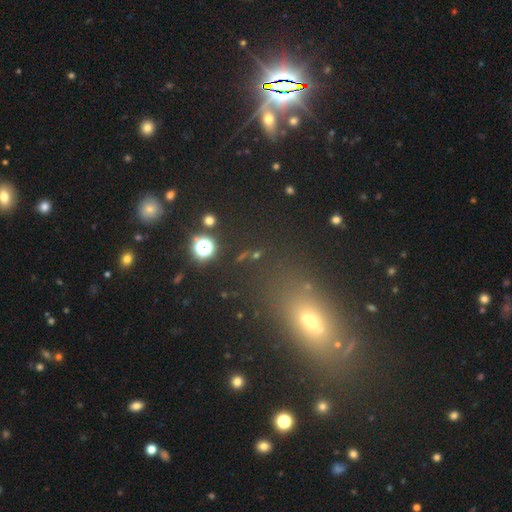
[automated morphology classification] Smooth or featured?
  - smooth: 43% *
  - star or artifact: 42%
  - featured or disk: 15%
Merging?
  - none: 72% *
  - minor disturbance: 11%
  - merger: 10%
  - major disturbance: 7%